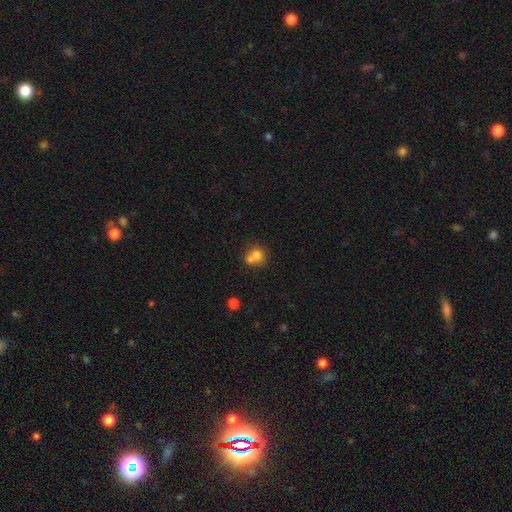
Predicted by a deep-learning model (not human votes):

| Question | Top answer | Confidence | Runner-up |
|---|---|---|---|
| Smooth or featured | smooth | 73% | featured or disk (16%) |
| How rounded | round | 74% | in between (25%) |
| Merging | merger | 55% | none (33%) |